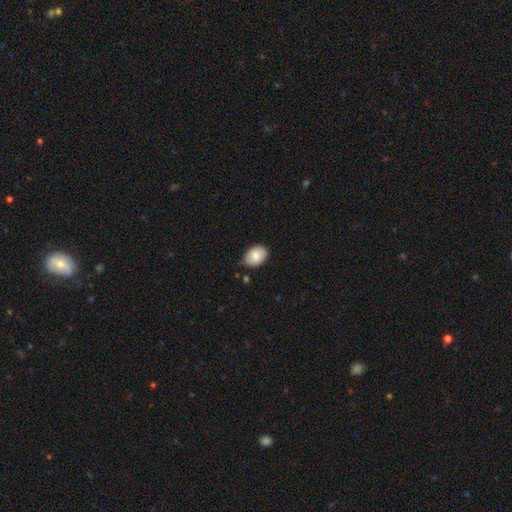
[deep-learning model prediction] Smooth or featured: smooth — 78% (featured or disk — 15%)
How rounded: in between — 79% (round — 20%)
Merging: none — 77% (minor disturbance — 18%)